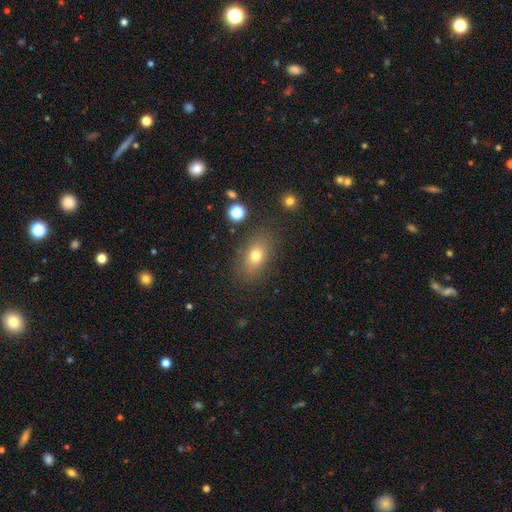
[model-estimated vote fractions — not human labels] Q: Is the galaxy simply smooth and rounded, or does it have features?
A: smooth — 74%.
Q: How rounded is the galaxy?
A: in between — 78%.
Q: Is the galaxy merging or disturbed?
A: none — 82%.